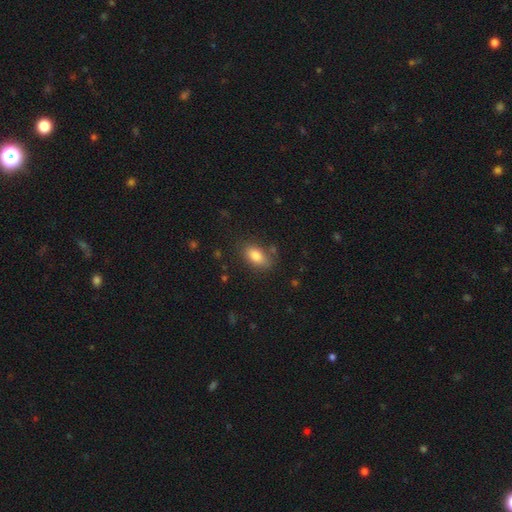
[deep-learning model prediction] Q: Smooth or featured?
A: smooth (84%); runner-up: featured or disk (8%)
Q: How rounded?
A: in between (90%); runner-up: round (7%)
Q: Merging?
A: none (77%); runner-up: minor disturbance (16%)